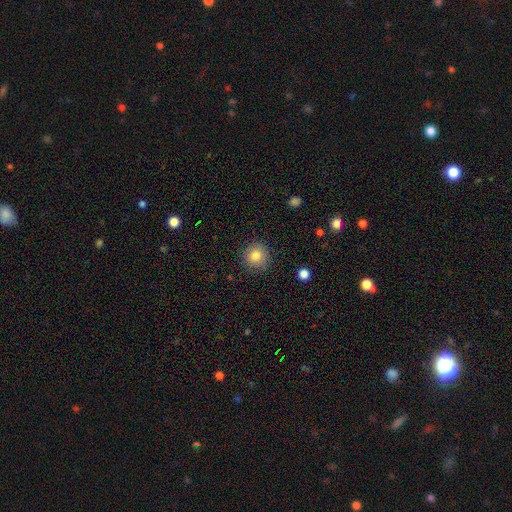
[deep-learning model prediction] A smooth galaxy with no disk features (82%) that is round (93%).

Vote fractions:
- Smooth or featured? smooth: 82% / star or artifact: 11% / featured or disk: 7%
- How rounded? round: 93% / in between: 6% / cigar-shaped: 1%
- Merging? none: 89% / minor disturbance: 7% / major disturbance: 2% / merger: 1%